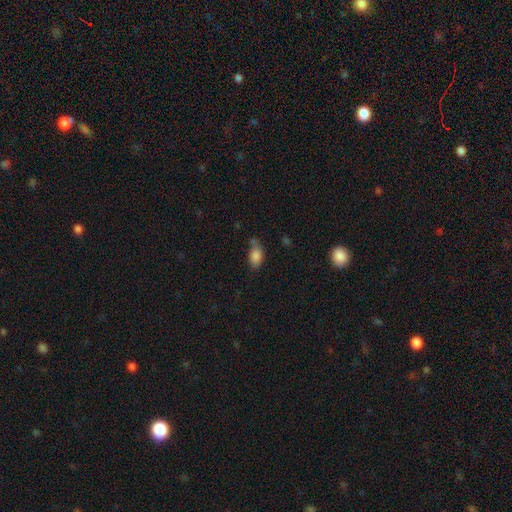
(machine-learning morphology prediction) A smooth galaxy with no disk features (84%) that is in between round and cigar-shaped (89%).

Vote fractions:
- Smooth or featured? smooth: 84% / star or artifact: 9% / featured or disk: 7%
- How rounded? in between: 89% / round: 7% / cigar-shaped: 4%
- Merging? none: 54% / minor disturbance: 29% / merger: 10% / major disturbance: 8%